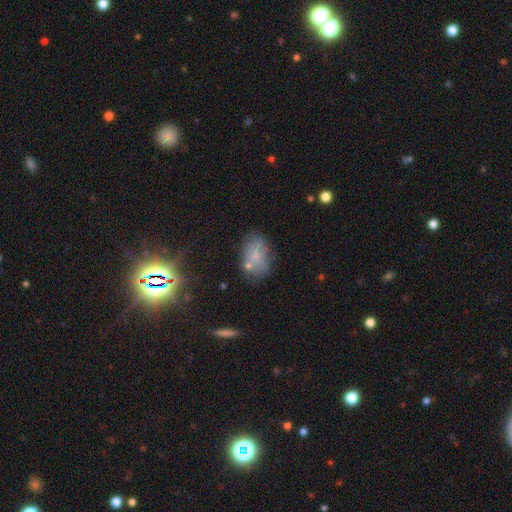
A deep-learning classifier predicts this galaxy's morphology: Overall: smooth (64%). How rounded: in between (88%). Merging: none (60%).